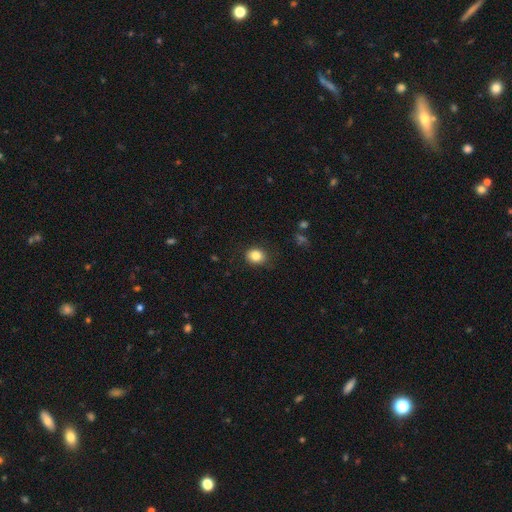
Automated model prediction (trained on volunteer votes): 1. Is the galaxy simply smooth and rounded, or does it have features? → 84% smooth, 10% star or artifact, 6% featured or disk.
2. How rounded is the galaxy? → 54% round, 45% in between, 1% cigar-shaped.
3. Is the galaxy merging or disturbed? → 83% none, 12% minor disturbance, 3% major disturbance, 1% merger.